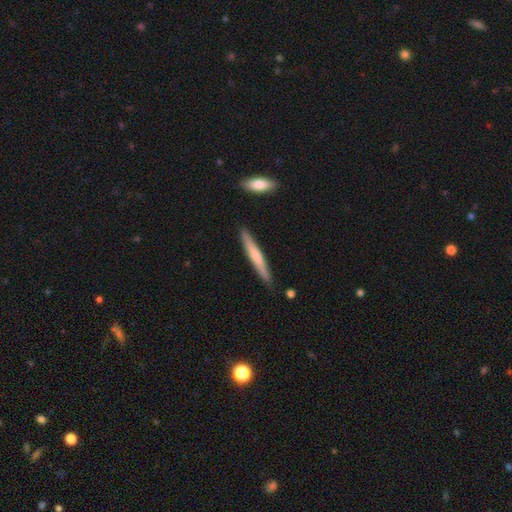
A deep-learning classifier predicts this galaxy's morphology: Overall: smooth (59%; featured or disk 36%). How rounded: cigar-shaped (95%). Merging: none (87%).